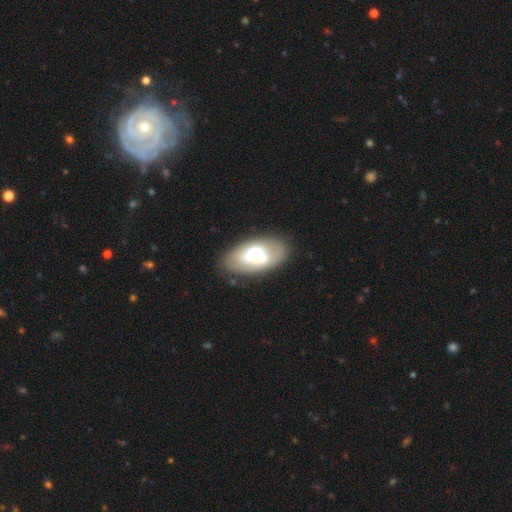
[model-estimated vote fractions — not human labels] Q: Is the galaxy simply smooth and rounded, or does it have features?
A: smooth — 48%.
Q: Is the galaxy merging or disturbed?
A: none — 78%.